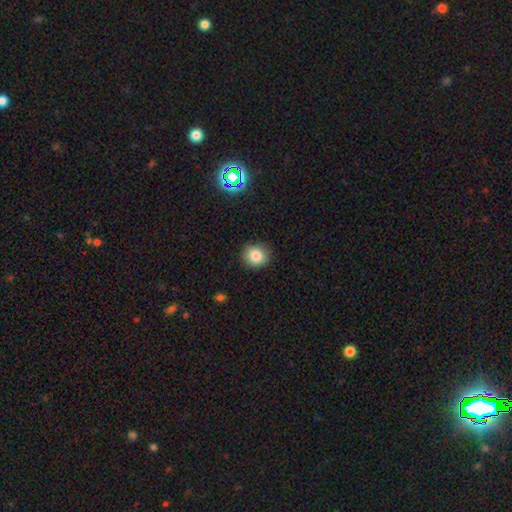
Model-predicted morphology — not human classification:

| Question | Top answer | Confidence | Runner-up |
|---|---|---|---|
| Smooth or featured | smooth | 83% | star or artifact (11%) |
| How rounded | round | 81% | in between (19%) |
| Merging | none | 88% | minor disturbance (8%) |